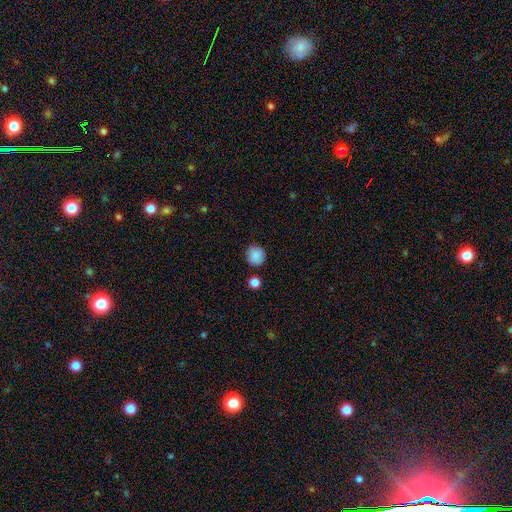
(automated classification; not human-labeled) Smooth or featured?
  - smooth: 88% *
  - star or artifact: 8%
  - featured or disk: 4%
How rounded?
  - round: 92% *
  - in between: 7%
  - cigar-shaped: 1%
Merging?
  - none: 86% *
  - minor disturbance: 9%
  - merger: 4%
  - major disturbance: 2%